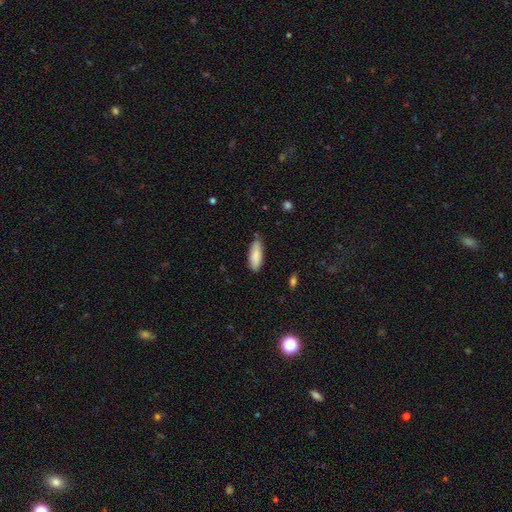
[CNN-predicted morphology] Smooth or featured? Predicted: smooth (p=0.87). How rounded? Predicted: in between (p=0.65). Merging? Predicted: none (p=0.80).